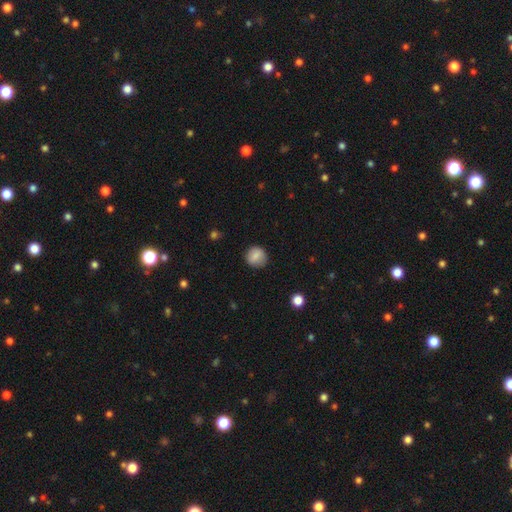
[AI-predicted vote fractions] A smooth galaxy with no disk features (82%) that is round (88%). Merging: none (84%).